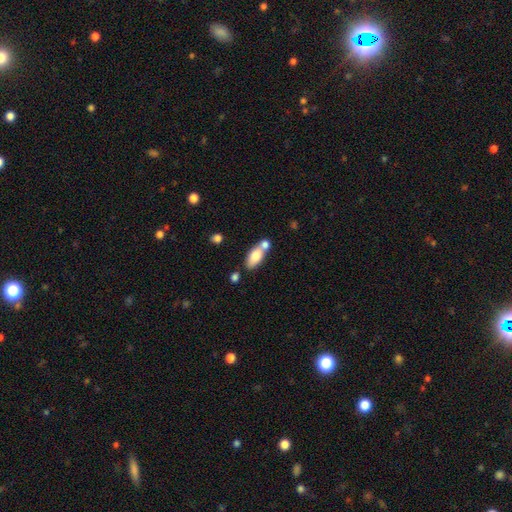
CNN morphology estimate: smooth 76%, featured or disk 17%, star or artifact 7%. Down the decision tree: how rounded — in between (81%); merging — none (44%).